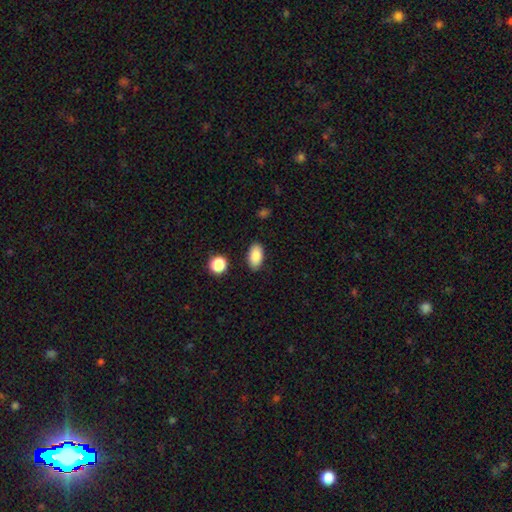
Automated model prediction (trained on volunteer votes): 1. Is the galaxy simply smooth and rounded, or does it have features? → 87% smooth, 8% star or artifact, 5% featured or disk.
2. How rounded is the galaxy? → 93% in between, 5% round, 2% cigar-shaped.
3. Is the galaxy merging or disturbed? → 86% none, 10% minor disturbance, 2% major disturbance, 2% merger.